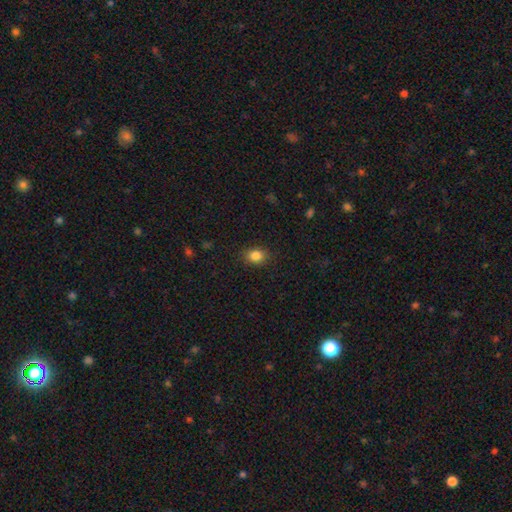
Volunteers were most divided on "how rounded": round: 65%, in between: 35%, cigar-shaped: 0%. More confident: smooth or featured — smooth (89%); merging — none (86%).